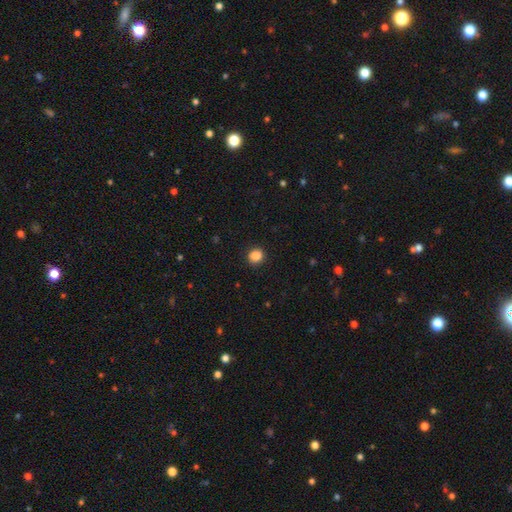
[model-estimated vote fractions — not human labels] Morphology: type=smooth (87%); roundness=round (84%); merging=none (91%).